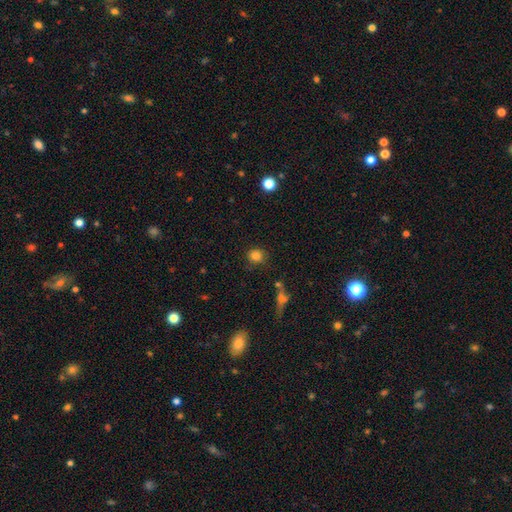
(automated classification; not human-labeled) Smooth or featured: smooth — 83% (star or artifact — 12%)
How rounded: round — 83% (in between — 16%)
Merging: none — 84% (minor disturbance — 10%)